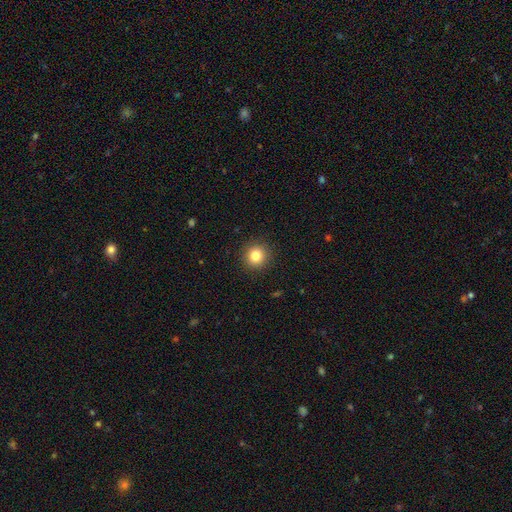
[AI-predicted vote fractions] A smooth galaxy with no disk features (83%) that is round (93%).

Vote fractions:
- Smooth or featured? smooth: 83% / star or artifact: 11% / featured or disk: 6%
- How rounded? round: 93% / in between: 6% / cigar-shaped: 1%
- Merging? none: 91% / minor disturbance: 6% / major disturbance: 2% / merger: 1%